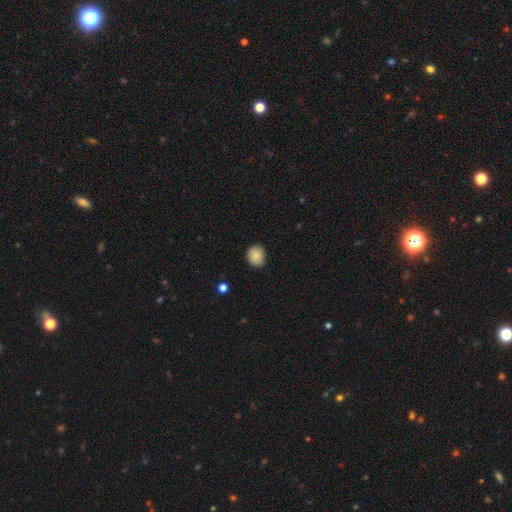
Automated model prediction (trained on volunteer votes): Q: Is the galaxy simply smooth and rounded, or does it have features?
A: smooth — 86%.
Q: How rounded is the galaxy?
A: round — 84%.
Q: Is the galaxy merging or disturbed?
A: none — 85%.